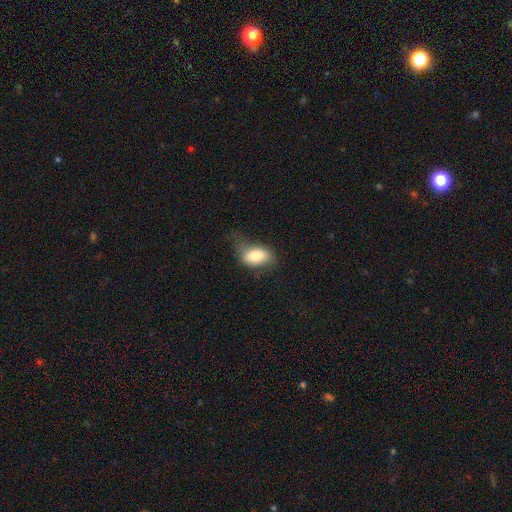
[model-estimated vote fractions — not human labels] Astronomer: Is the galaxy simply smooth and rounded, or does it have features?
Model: smooth — 78%.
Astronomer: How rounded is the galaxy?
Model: in between — 90%.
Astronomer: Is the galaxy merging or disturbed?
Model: none — 43% (runner-up: minor disturbance, 35%).